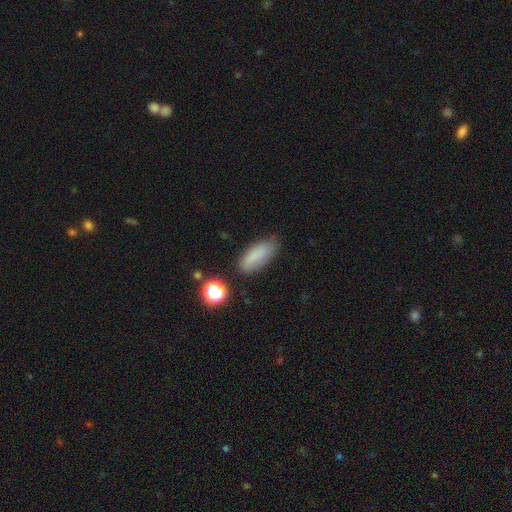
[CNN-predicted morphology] Overall: smooth (80%). How rounded: in between (76%). Merging: none (68%).